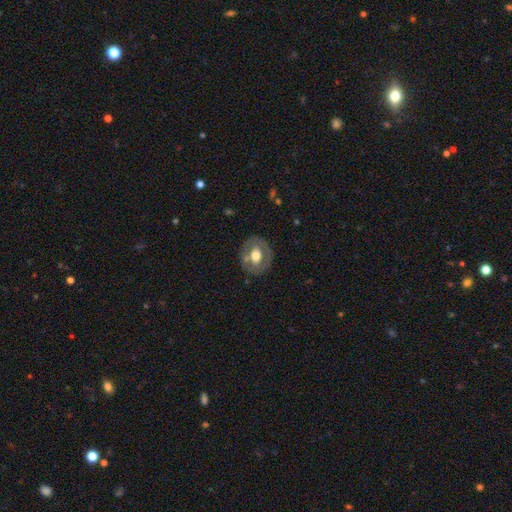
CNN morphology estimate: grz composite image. It shows a smooth galaxy with no disk features (49%). Merging: none (76%).